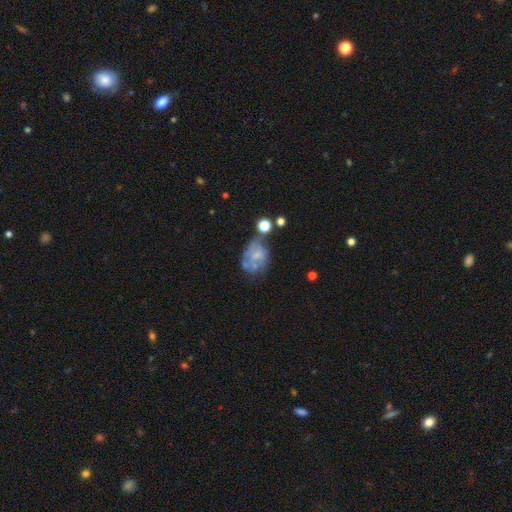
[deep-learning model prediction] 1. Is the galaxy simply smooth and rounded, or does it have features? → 53% featured or disk, 35% smooth, 12% star or artifact.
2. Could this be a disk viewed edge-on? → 97% no, 3% yes.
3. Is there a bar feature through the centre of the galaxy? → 81% no, 16% weak, 3% strong.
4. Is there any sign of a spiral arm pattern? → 73% no, 27% yes.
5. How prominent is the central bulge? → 37% small, 35% none, 24% moderate, 3% large, 1% dominant.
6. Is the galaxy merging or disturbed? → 33% none, 24% major disturbance, 24% minor disturbance, 20% merger.